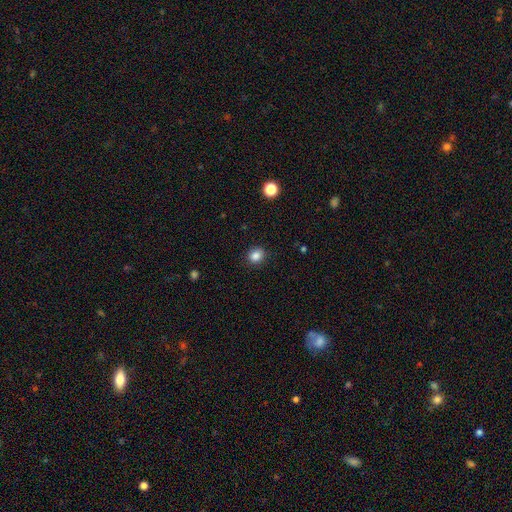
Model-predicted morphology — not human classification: This appears to be a smooth galaxy with no disk features (85%) that is round (71%). Merging: none (89%).